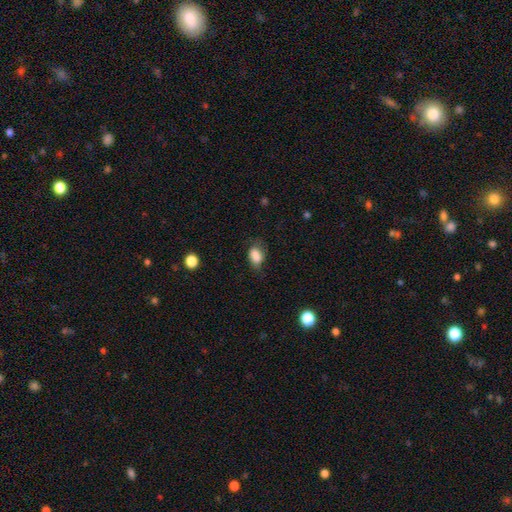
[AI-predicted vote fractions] Q: Smooth or featured?
A: smooth (83%); runner-up: star or artifact (9%)
Q: How rounded?
A: in between (81%); runner-up: round (17%)
Q: Merging?
A: none (55%); runner-up: minor disturbance (32%)